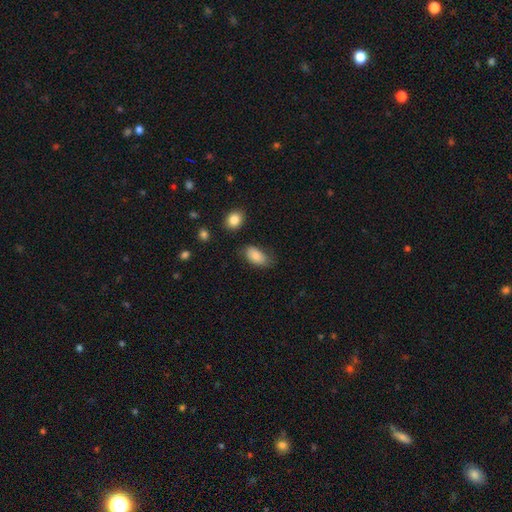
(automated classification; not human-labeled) A smooth galaxy with no disk features (81%) that is in between round and cigar-shaped (93%). Merging: none (64%).